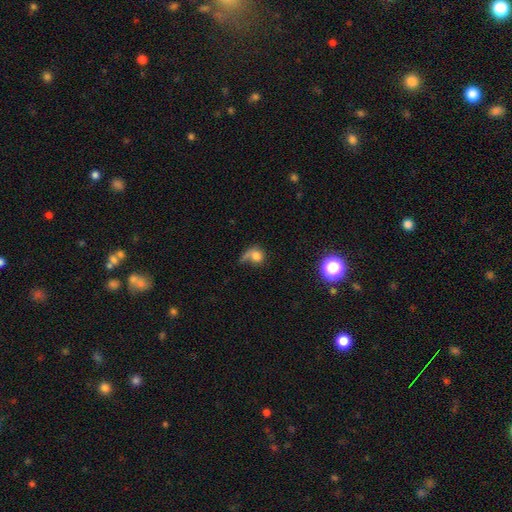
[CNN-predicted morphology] Smooth or featured? Predicted: smooth (p=0.64). How rounded? Predicted: round (p=0.70). Merging? Predicted: major disturbance (p=0.37).